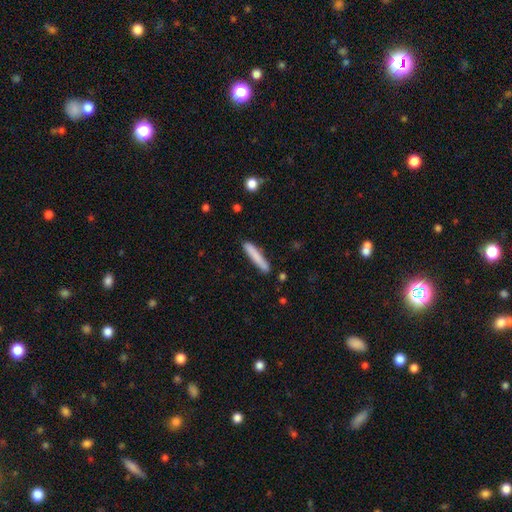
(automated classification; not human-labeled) Smooth or featured?
  - smooth: 80% *
  - featured or disk: 14%
  - star or artifact: 6%
How rounded?
  - cigar-shaped: 93% *
  - in between: 5%
  - round: 1%
Merging?
  - none: 86% *
  - minor disturbance: 10%
  - merger: 2%
  - major disturbance: 2%